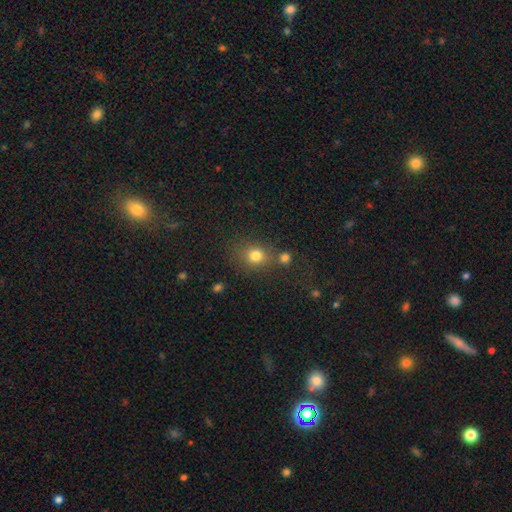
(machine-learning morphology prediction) smooth-or-featured: smooth: 77% | star or artifact: 15% | featured or disk: 8%
  how-rounded: round: 73% | in between: 26% | cigar-shaped: 1%
  merging: none: 63% | merger: 19% | minor disturbance: 12% | major disturbance: 6%